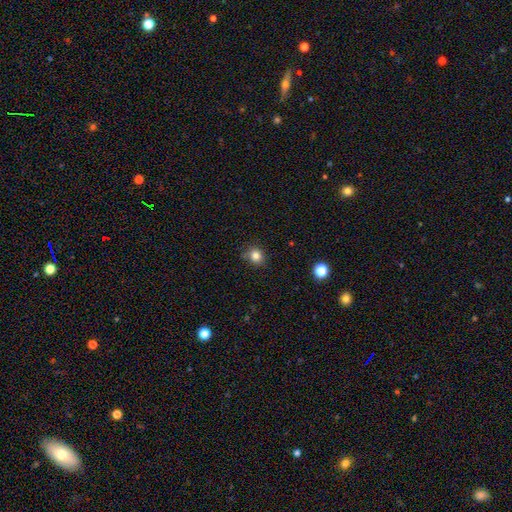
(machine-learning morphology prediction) The model was most divided on "how rounded": round: 76%, in between: 23%, cigar-shaped: 1%. More confident: smooth or featured — smooth (82%); merging — none (80%).